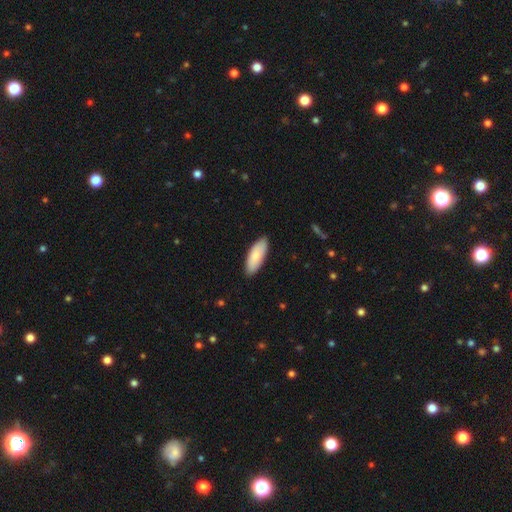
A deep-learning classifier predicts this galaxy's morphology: Q: Smooth or featured?
A: smooth (82%); runner-up: featured or disk (13%)
Q: How rounded?
A: in between (77%); runner-up: cigar-shaped (21%)
Q: Merging?
A: none (88%); runner-up: minor disturbance (10%)